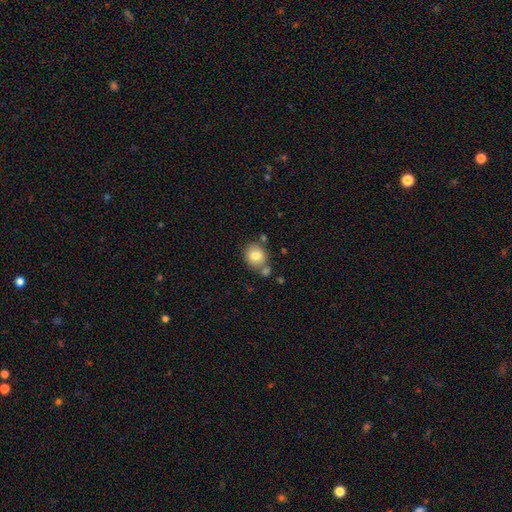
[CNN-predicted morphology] Q: Smooth or featured?
A: smooth (79%); runner-up: featured or disk (11%)
Q: How rounded?
A: round (79%); runner-up: in between (21%)
Q: Merging?
A: none (67%); runner-up: merger (17%)